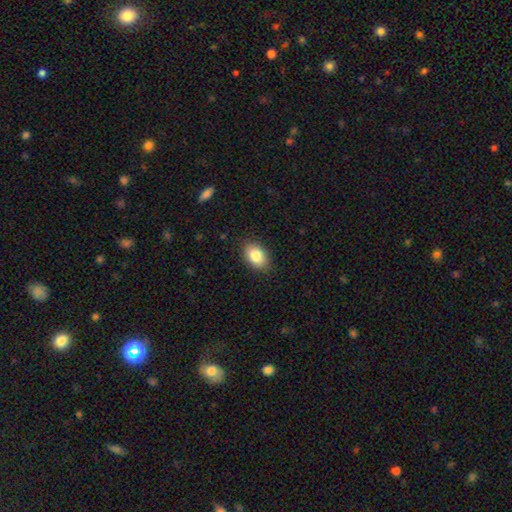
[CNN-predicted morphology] Smooth or featured?
  - smooth: 85% *
  - star or artifact: 7%
  - featured or disk: 7%
How rounded?
  - in between: 87% *
  - round: 12%
  - cigar-shaped: 1%
Merging?
  - none: 86% *
  - minor disturbance: 10%
  - major disturbance: 2%
  - merger: 1%